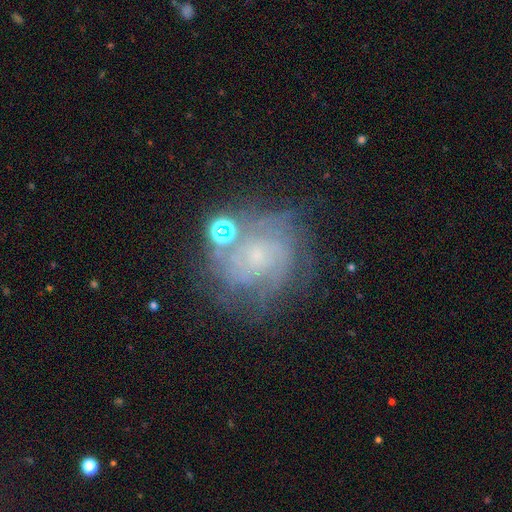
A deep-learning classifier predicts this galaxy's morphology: smooth-or-featured: featured or disk: 71% | smooth: 15% | star or artifact: 14%
  disk-edge-on: no: 98% | yes: 2%
    bar: no: 73% | weak: 22% | strong: 4%
    has-spiral-arms: yes: 89% | no: 11%
      spiral-winding: tight: 61% | medium: 30% | loose: 9%
      spiral-arm-count: can't tell: 44% | 2: 17% | 3: 16% | 4: 11% | more than 4: 7% | 1: 6%
    bulge-size: small: 71% | moderate: 14% | none: 12% | large: 2% | dominant: 1%
  merging: none: 62% | minor disturbance: 18% | major disturbance: 11% | merger: 8%